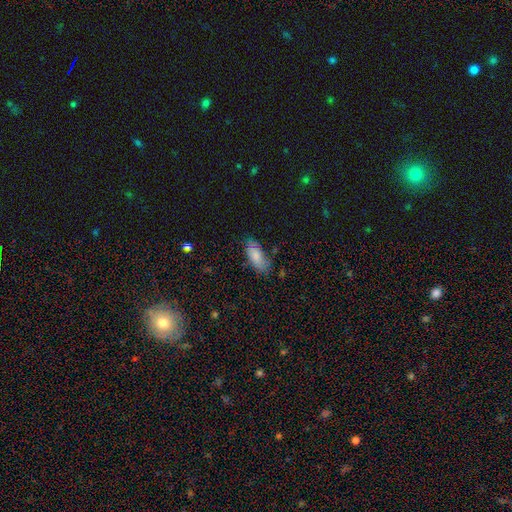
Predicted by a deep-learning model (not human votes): Q: Smooth or featured?
A: smooth (76%); runner-up: featured or disk (16%)
Q: How rounded?
A: in between (88%); runner-up: cigar-shaped (10%)
Q: Merging?
A: none (66%); runner-up: minor disturbance (25%)